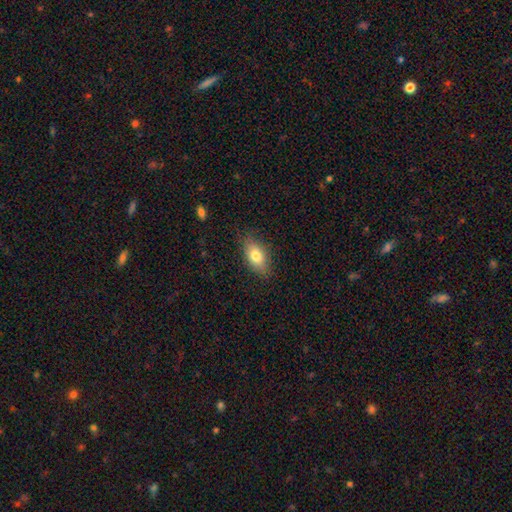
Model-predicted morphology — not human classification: This appears to be a smooth galaxy with no disk features (77%) that is in between round and cigar-shaped (87%). Merging: none (82%).